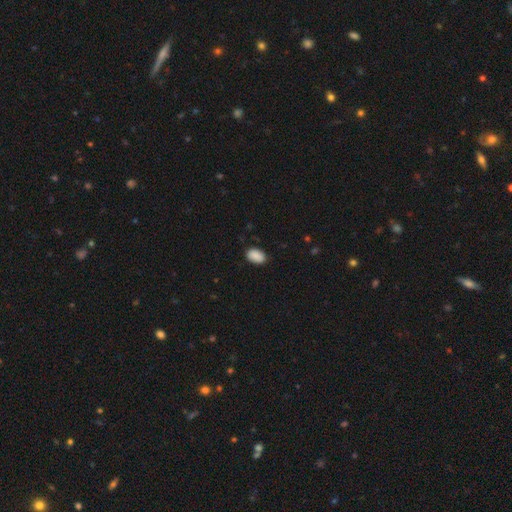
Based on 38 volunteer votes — Overall: smooth (89%). How rounded: in between (91%). Merging: none (89%).